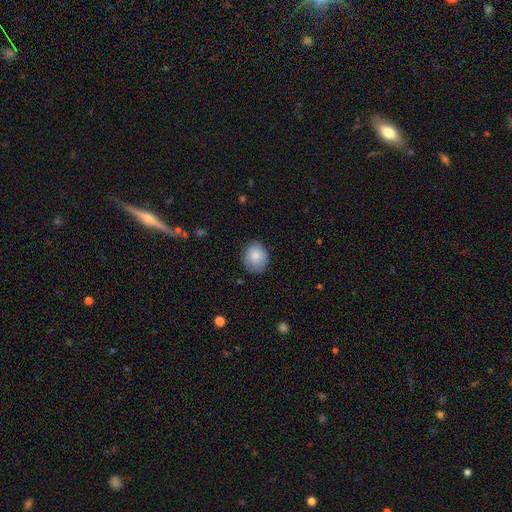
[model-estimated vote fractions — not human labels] Smooth or featured? Predicted: smooth (p=0.86). How rounded? Predicted: round (p=0.62). Merging? Predicted: none (p=0.79).